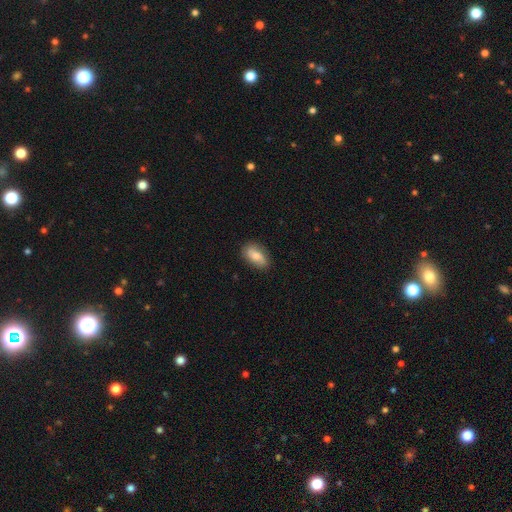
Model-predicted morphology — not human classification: smooth_or_featured: smooth (p=0.71) [alt: featured or disk p=0.22]
how_rounded: in between (p=0.90) [alt: cigar-shaped p=0.05]
merging: none (p=0.83) [alt: minor disturbance p=0.13]